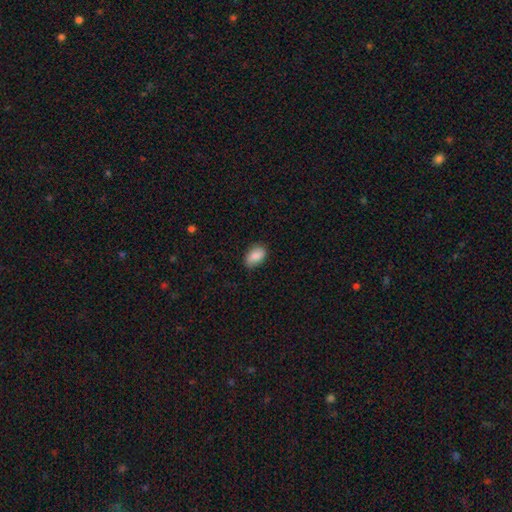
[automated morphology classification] smooth-or-featured: smooth: 88% | star or artifact: 7% | featured or disk: 5%
  how-rounded: in between: 90% | round: 9% | cigar-shaped: 1%
  merging: none: 82% | minor disturbance: 14% | major disturbance: 3% | merger: 1%